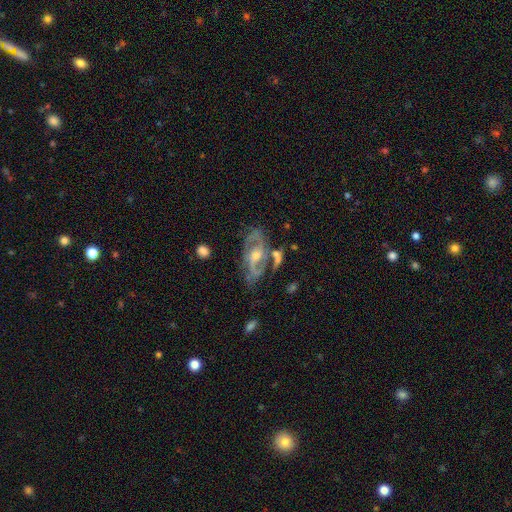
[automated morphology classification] featured or disk 86%, smooth 8%, star or artifact 6%. Down the decision tree: edge-on disk — no (94%); bar — no (41%); spiral arms — yes (91%); spiral arm count — 2 (82%); spiral winding — medium (52%); bulge size — moderate (61%); merging — none (62%).